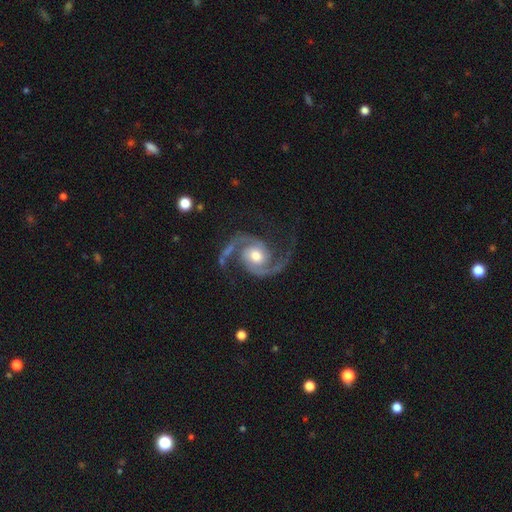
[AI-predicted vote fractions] This is clearly a featured or disk galaxy (93%). It is clearly not viewed edge-on (98%). Bar: likely no (66%). Spiral arm pattern: clearly yes (99%). Spiral arm count: clearly 2 (94%). Spiral winding: possibly medium (59%). Central bulge: likely moderate (70%). Merging: likely none (75%).